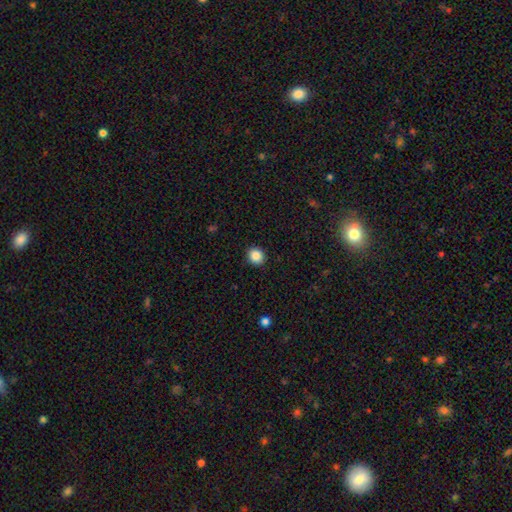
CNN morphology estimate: Overall: smooth (87%). How rounded: round (79%). Merging: none (91%).